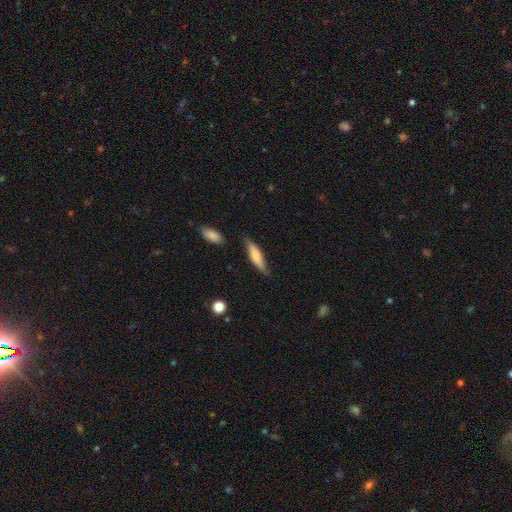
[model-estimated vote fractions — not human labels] Smooth or featured?
  - smooth: 63% *
  - featured or disk: 31%
  - star or artifact: 6%
How rounded?
  - cigar-shaped: 70% *
  - in between: 28%
  - round: 2%
Merging?
  - none: 72% *
  - minor disturbance: 21%
  - major disturbance: 4%
  - merger: 3%